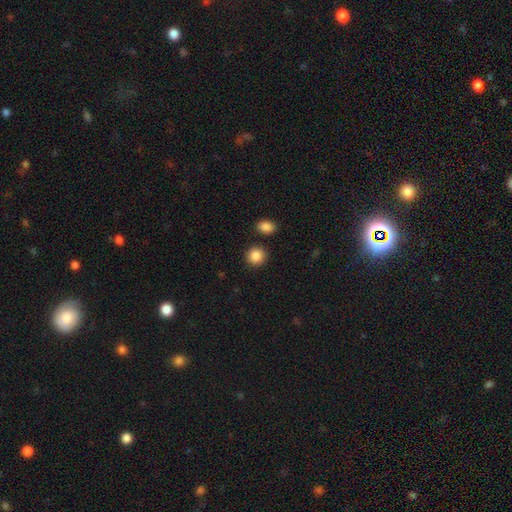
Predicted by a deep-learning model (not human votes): Smooth or featured? Predicted: smooth (p=0.88). How rounded? Predicted: round (p=0.89). Merging? Predicted: none (p=0.87).